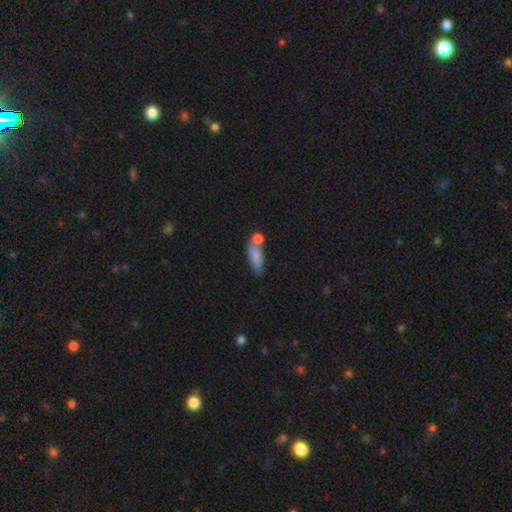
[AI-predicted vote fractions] Q: Smooth or featured?
A: smooth (80%); runner-up: featured or disk (12%)
Q: How rounded?
A: in between (65%); runner-up: cigar-shaped (31%)
Q: Merging?
A: none (42%); runner-up: merger (34%)